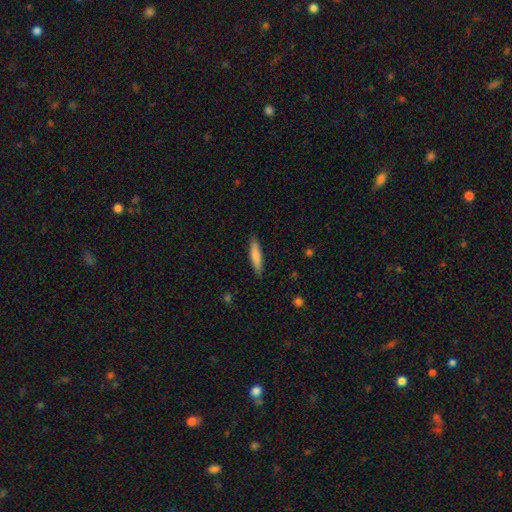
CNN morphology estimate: The model was most divided on "smooth or featured": smooth: 79%, featured or disk: 15%, star or artifact: 6%. More confident: merging — none (88%); how rounded — cigar-shaped (82%).